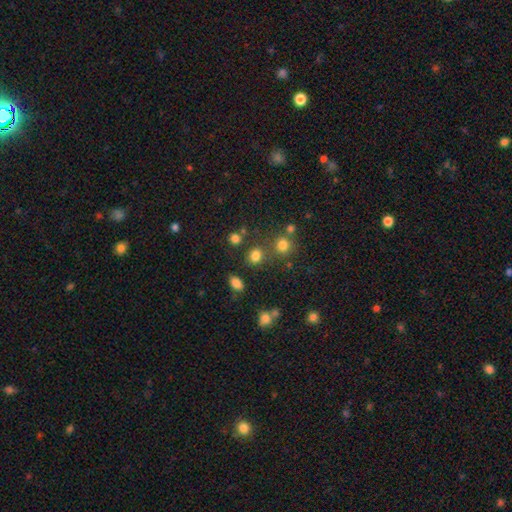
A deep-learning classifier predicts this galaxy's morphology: smooth-or-featured: smooth: 78% | star or artifact: 16% | featured or disk: 6%
  how-rounded: round: 71% | in between: 28% | cigar-shaped: 1%
  merging: none: 72% | merger: 13% | minor disturbance: 10% | major disturbance: 5%